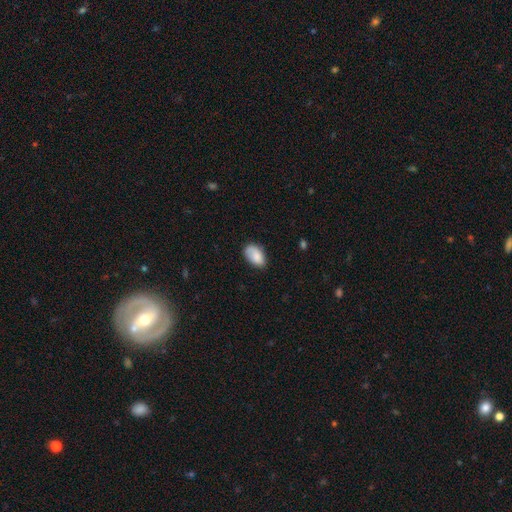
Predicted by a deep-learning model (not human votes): This appears to be a smooth galaxy with no disk features (83%) that is in between round and cigar-shaped (93%). Merging: none (71%).